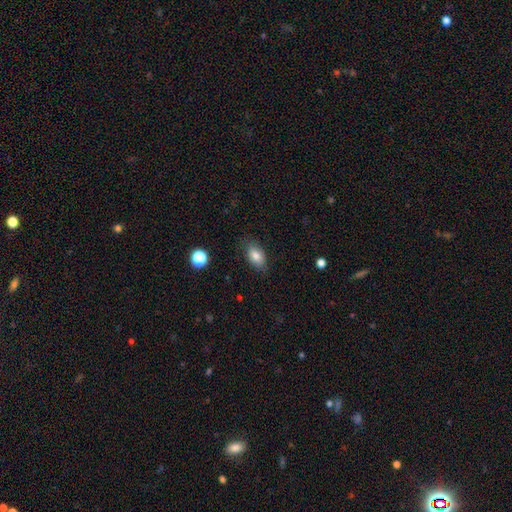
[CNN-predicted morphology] smooth 81%, featured or disk 10%, star or artifact 9%. Down the decision tree: how rounded — in between (88%); merging — none (81%).